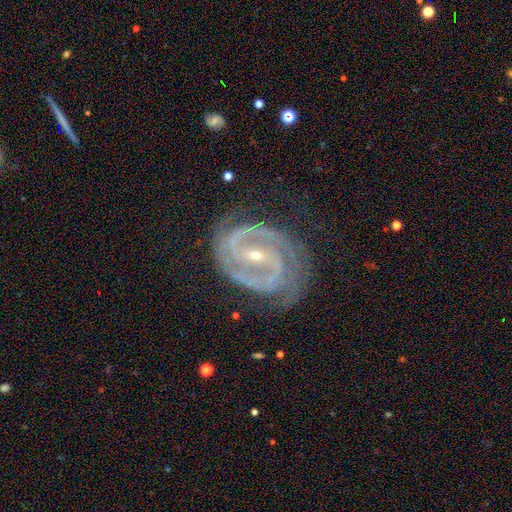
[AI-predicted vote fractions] Q: Smooth or featured?
A: featured or disk (92%); runner-up: star or artifact (5%)
Q: Edge-on disk?
A: no (97%); runner-up: yes (3%)
Q: Bar?
A: strong (47%); runner-up: weak (34%)
Q: Spiral arms?
A: yes (98%); runner-up: no (2%)
Q: Spiral winding?
A: tight (55%); runner-up: medium (39%)
Q: Spiral arm count?
A: 2 (70%); runner-up: 3 (13%)
Q: Bulge size?
A: small (74%); runner-up: moderate (23%)
Q: Merging?
A: none (67%); runner-up: minor disturbance (20%)